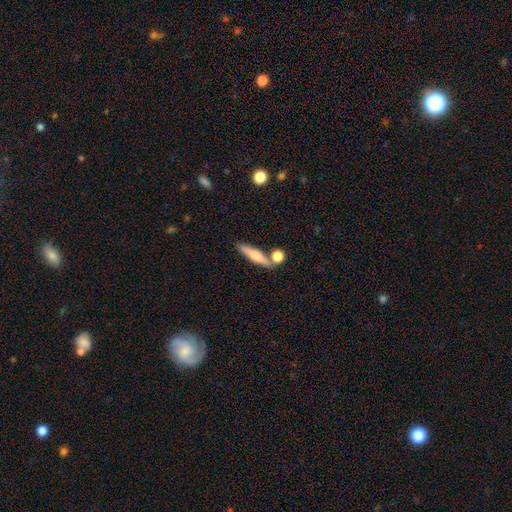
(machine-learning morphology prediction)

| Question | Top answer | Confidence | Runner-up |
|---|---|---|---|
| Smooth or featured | smooth | 60% | featured or disk (34%) |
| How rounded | cigar-shaped | 75% | in between (20%) |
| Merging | none | 68% | merger (17%) |